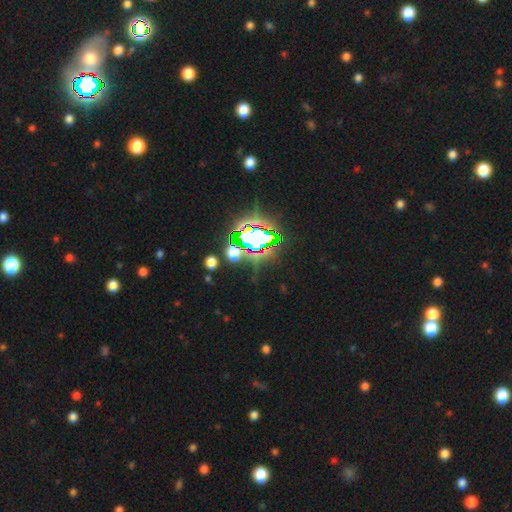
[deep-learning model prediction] smooth-or-featured: star or artifact: 75% | smooth: 14% | featured or disk: 11%